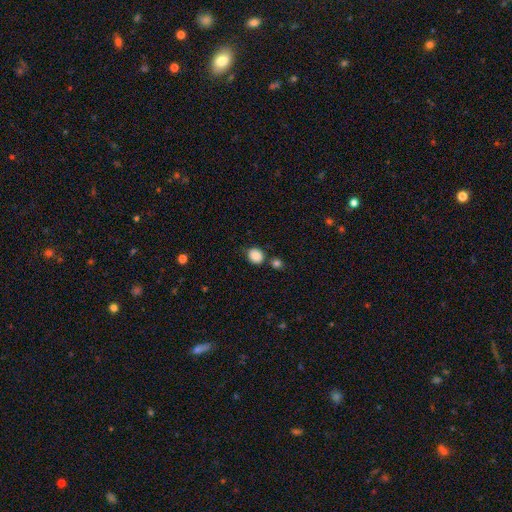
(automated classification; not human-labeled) smooth_or_featured: smooth (p=0.87) [alt: star or artifact p=0.09]
how_rounded: round (p=0.64) [alt: in between p=0.35]
merging: none (p=0.73) [alt: minor disturbance p=0.13]